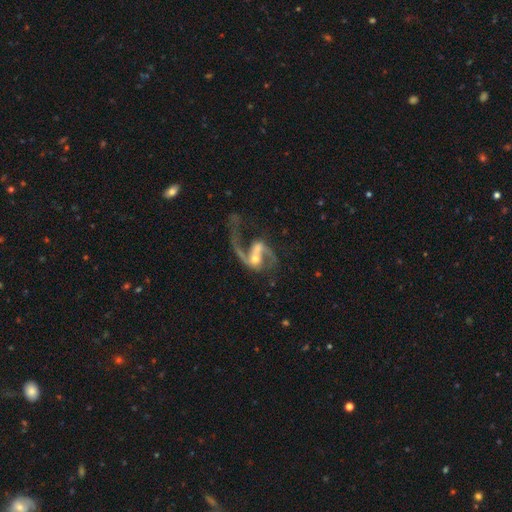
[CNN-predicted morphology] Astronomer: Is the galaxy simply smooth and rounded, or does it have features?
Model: featured or disk — 85%.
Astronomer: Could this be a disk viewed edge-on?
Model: no — 97%.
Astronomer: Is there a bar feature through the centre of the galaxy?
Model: no — 41% (runner-up: weak, 38%).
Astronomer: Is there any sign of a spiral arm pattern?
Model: yes — 91%.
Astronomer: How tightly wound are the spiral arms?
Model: loose — 71%.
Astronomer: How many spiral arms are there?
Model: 2 — 76%.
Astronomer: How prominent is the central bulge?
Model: moderate — 52% (runner-up: small, 34%).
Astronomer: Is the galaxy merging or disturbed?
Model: merger — 34% (runner-up: major disturbance, 28%).